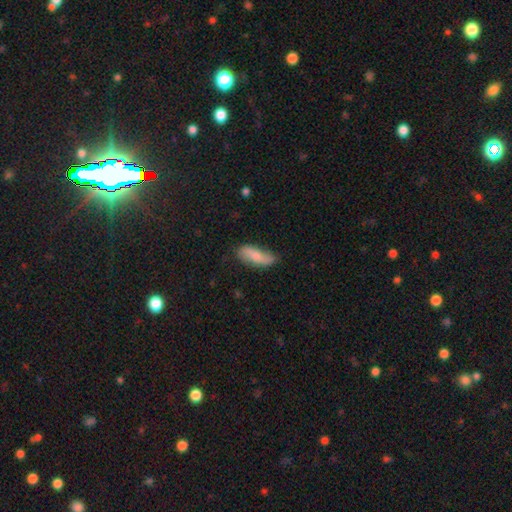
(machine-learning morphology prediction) A smooth galaxy with no disk features (65%) that is in between round and cigar-shaped (66%).

Vote fractions:
- Smooth or featured? smooth: 65% / featured or disk: 29% / star or artifact: 6%
- How rounded? in between: 66% / cigar-shaped: 31% / round: 3%
- Merging? none: 67% / minor disturbance: 25% / major disturbance: 6% / merger: 2%